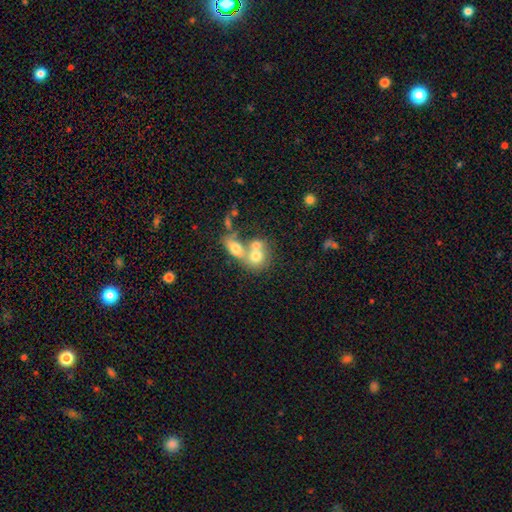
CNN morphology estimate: Smooth or featured? smooth (66%)
How rounded? round (60%)
Merging? merger (66%)